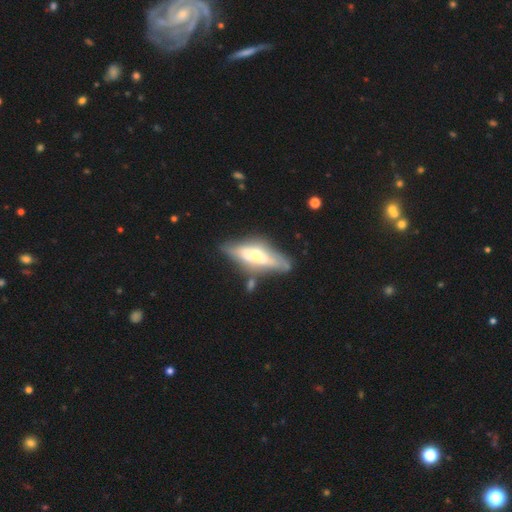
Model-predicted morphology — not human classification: Q: Smooth or featured?
A: featured or disk (66%); runner-up: smooth (29%)
Q: Edge-on disk?
A: yes (69%); runner-up: no (31%)
Q: Merging?
A: none (62%); runner-up: minor disturbance (22%)